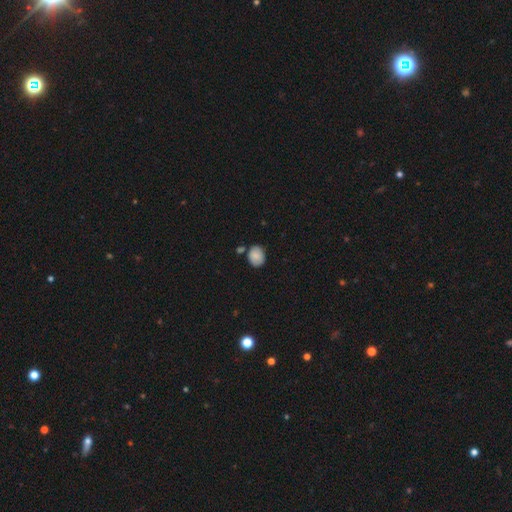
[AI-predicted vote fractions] Smooth or featured: smooth — 83% (featured or disk — 9%)
How rounded: in between — 51% (round — 48%)
Merging: none — 73% (minor disturbance — 15%)